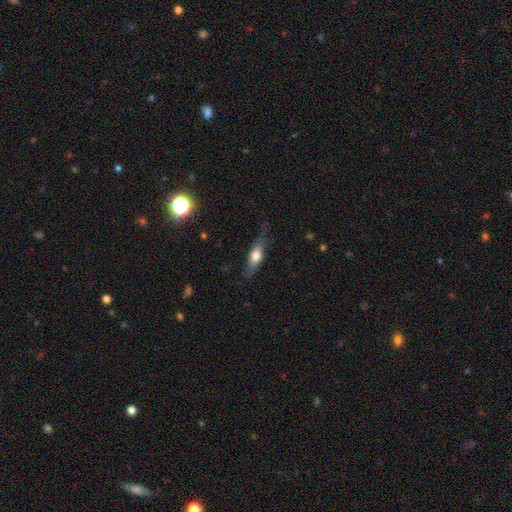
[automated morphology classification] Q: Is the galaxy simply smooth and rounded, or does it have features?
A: smooth — 57%.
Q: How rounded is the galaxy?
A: cigar-shaped — 50%.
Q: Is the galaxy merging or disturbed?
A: none — 73%.